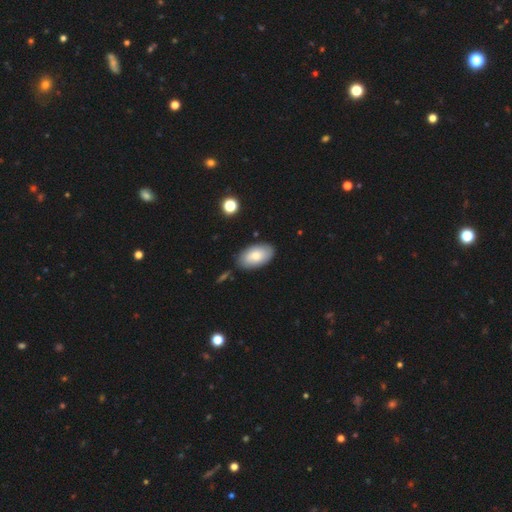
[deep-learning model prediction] smooth_or_featured: smooth (p=0.75) [alt: featured or disk p=0.19]
how_rounded: in between (p=0.94) [alt: round p=0.04]
merging: none (p=0.83) [alt: minor disturbance p=0.12]